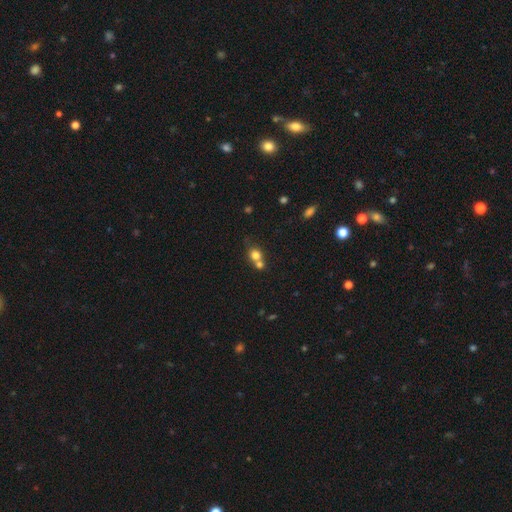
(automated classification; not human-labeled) This is likely a smooth galaxy (75%). How rounded: likely round (78%). Merging: possibly merger (53%).